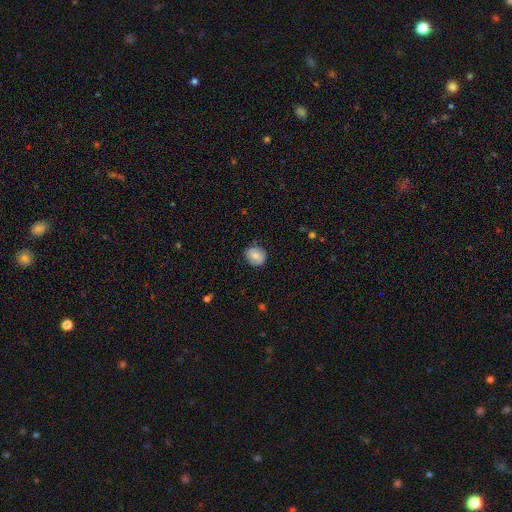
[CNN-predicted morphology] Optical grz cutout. It shows a smooth galaxy with no disk features (72%) that is round (80%). Merging: none (80%).